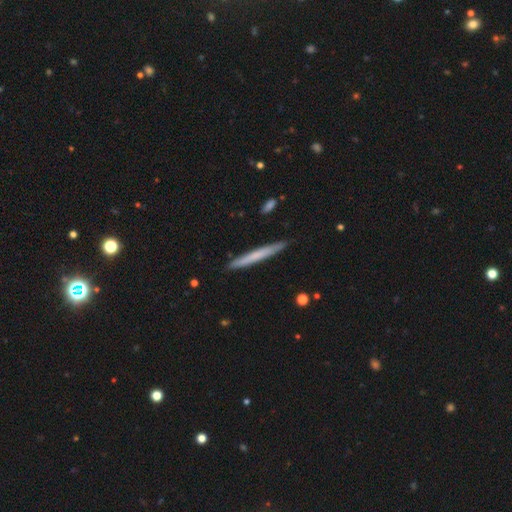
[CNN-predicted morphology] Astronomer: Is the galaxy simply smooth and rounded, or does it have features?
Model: smooth — 59% (runner-up: featured or disk, 35%).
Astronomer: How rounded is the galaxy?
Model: cigar-shaped — 97%.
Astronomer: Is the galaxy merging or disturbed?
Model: none — 90%.